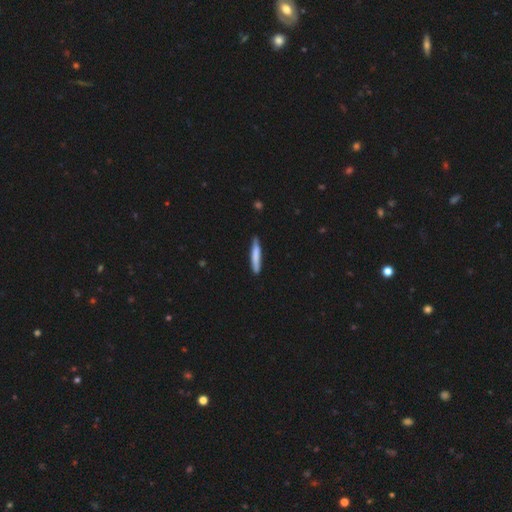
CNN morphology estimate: Smooth or featured? smooth (76%)
How rounded? cigar-shaped (93%)
Merging? none (82%)